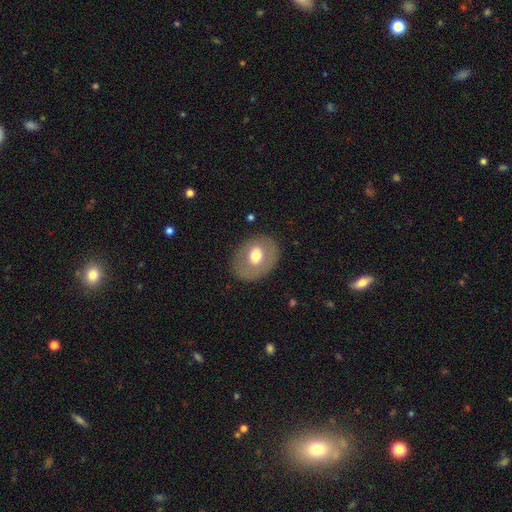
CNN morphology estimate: The model was most divided on "how rounded": in between: 59%, round: 40%, cigar-shaped: 1%. More confident: merging — none (81%); smooth or featured — smooth (60%).